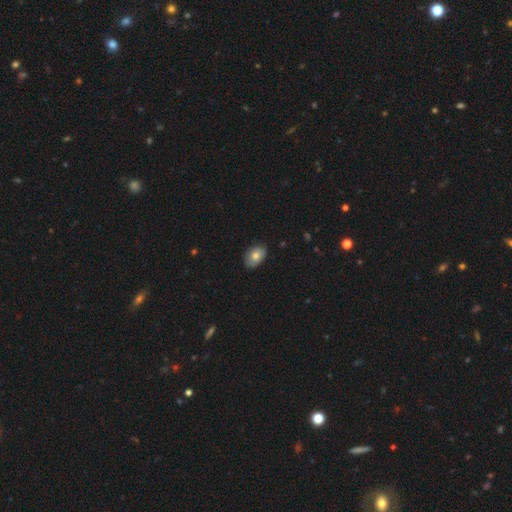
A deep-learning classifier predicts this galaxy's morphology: This is likely a smooth galaxy (77%). How rounded: clearly in between (85%). Merging: clearly none (83%).